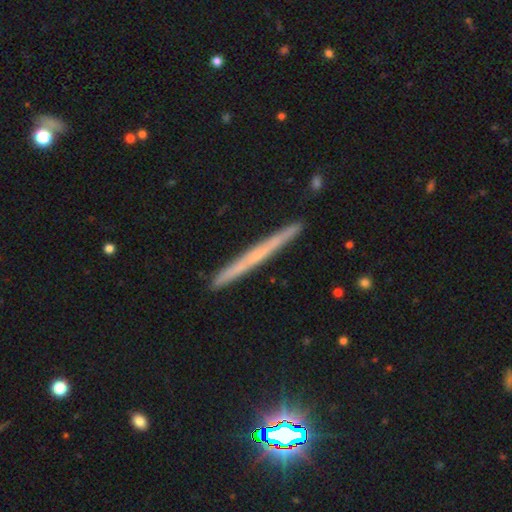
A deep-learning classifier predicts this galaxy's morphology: The model was most divided on "smooth or featured": featured or disk: 56%, smooth: 34%, star or artifact: 11%. More confident: edge-on disk — yes (97%); merging — none (91%); edge-on bulge — none (73%).